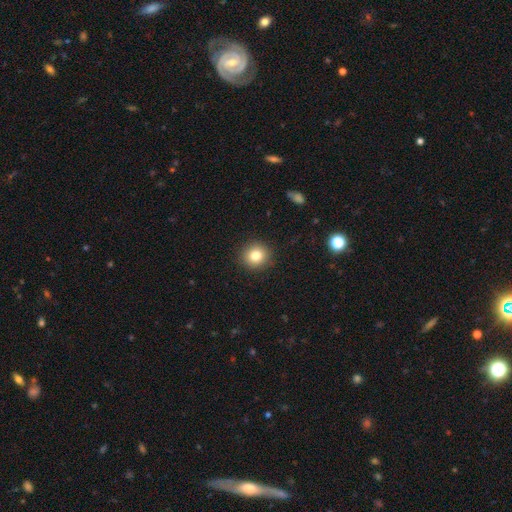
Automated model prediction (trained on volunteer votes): This appears to be a smooth galaxy with no disk features (81%) that is round (90%). Merging: none (91%).